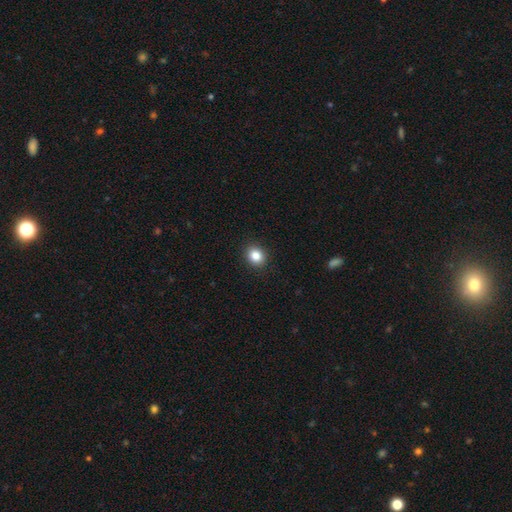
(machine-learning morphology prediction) This is clearly a smooth galaxy (85%). How rounded: likely round (72%). Merging: clearly none (91%).